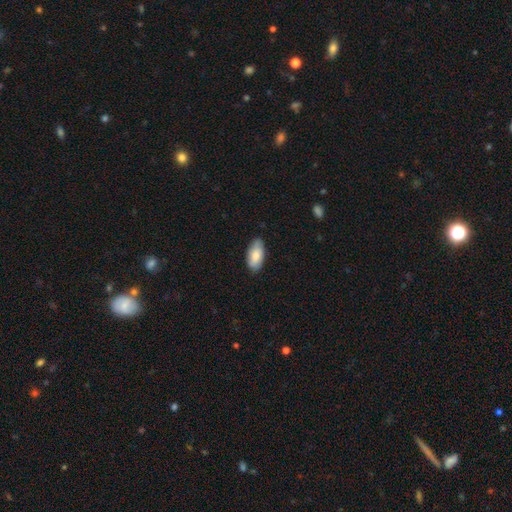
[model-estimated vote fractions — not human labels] smooth 80%, featured or disk 14%, star or artifact 6%. Down the decision tree: how rounded — in between (93%); merging — none (83%).